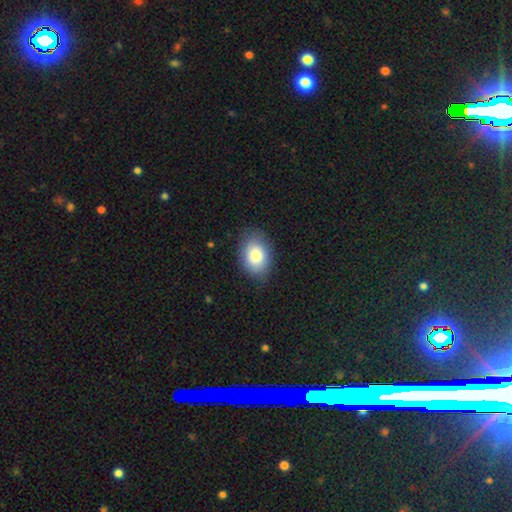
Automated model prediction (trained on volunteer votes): A smooth galaxy with no disk features (83%) that is in between round and cigar-shaped (78%). Merging: none (80%).